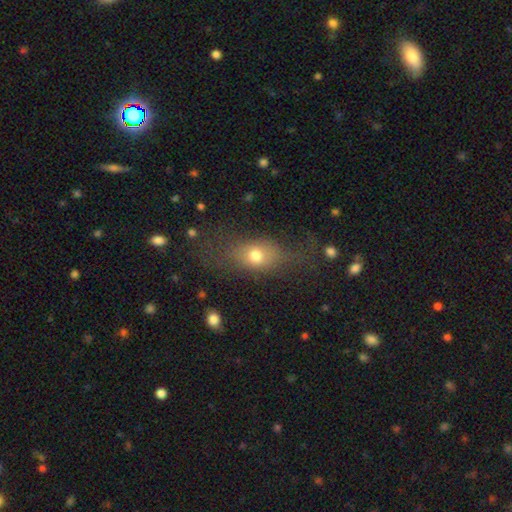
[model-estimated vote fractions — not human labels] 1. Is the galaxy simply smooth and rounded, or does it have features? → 68% smooth, 18% featured or disk, 14% star or artifact.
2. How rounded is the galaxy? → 63% in between, 29% round, 8% cigar-shaped.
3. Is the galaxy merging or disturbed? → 56% none, 22% major disturbance, 18% minor disturbance, 4% merger.